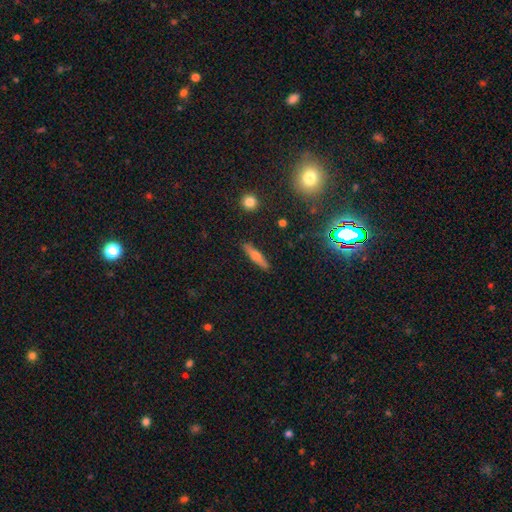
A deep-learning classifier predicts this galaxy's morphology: Smooth or featured? Predicted: smooth (p=0.51). How rounded? Predicted: cigar-shaped (p=0.83). Merging? Predicted: none (p=0.89).